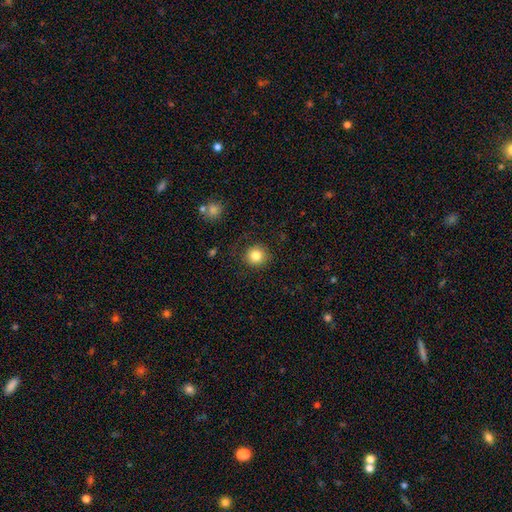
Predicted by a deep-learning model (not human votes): Q: Smooth or featured?
A: smooth (83%); runner-up: star or artifact (11%)
Q: How rounded?
A: round (93%); runner-up: in between (6%)
Q: Merging?
A: none (87%); runner-up: minor disturbance (8%)